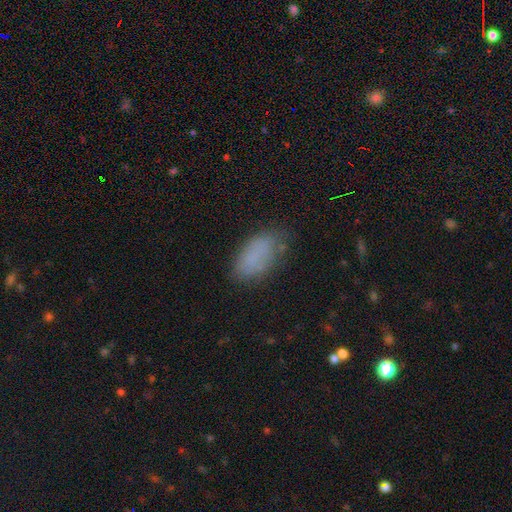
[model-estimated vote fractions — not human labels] Q: Smooth or featured?
A: smooth (80%); runner-up: star or artifact (10%)
Q: How rounded?
A: in between (92%); runner-up: cigar-shaped (4%)
Q: Merging?
A: none (71%); runner-up: minor disturbance (20%)